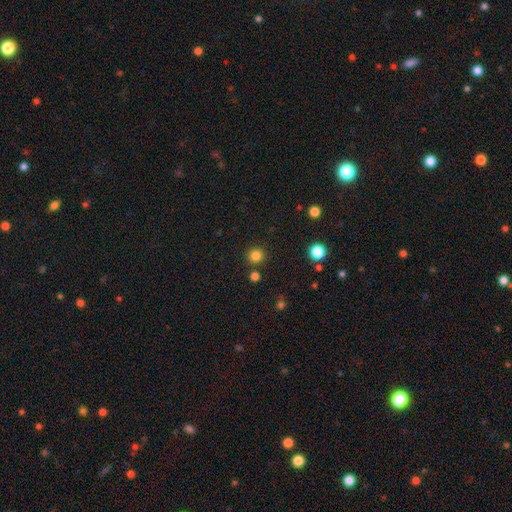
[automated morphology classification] This is clearly a smooth galaxy (82%). How rounded: clearly round (92%). Merging: clearly none (87%).